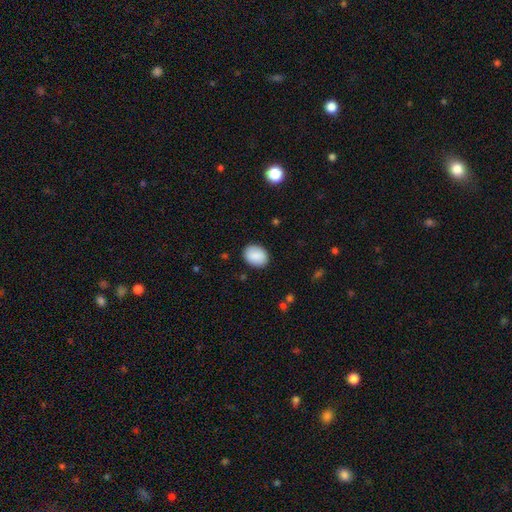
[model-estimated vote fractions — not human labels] Q: Smooth or featured?
A: smooth (88%); runner-up: star or artifact (7%)
Q: How rounded?
A: in between (60%); runner-up: round (39%)
Q: Merging?
A: none (88%); runner-up: minor disturbance (9%)